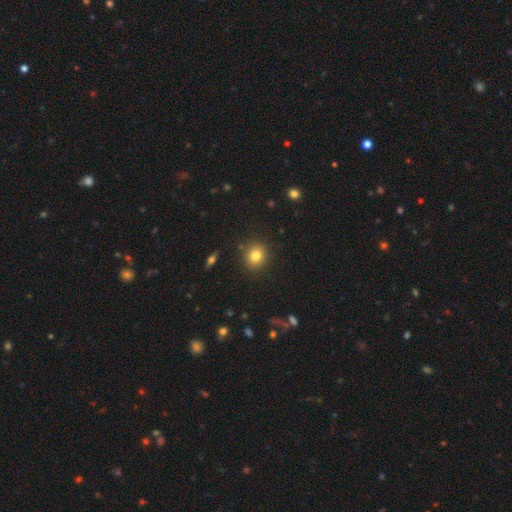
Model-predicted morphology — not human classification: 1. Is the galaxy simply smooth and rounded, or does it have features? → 81% smooth, 11% star or artifact, 8% featured or disk.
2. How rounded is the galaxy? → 83% round, 16% in between, 1% cigar-shaped.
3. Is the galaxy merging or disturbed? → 89% none, 7% minor disturbance, 2% major disturbance, 2% merger.